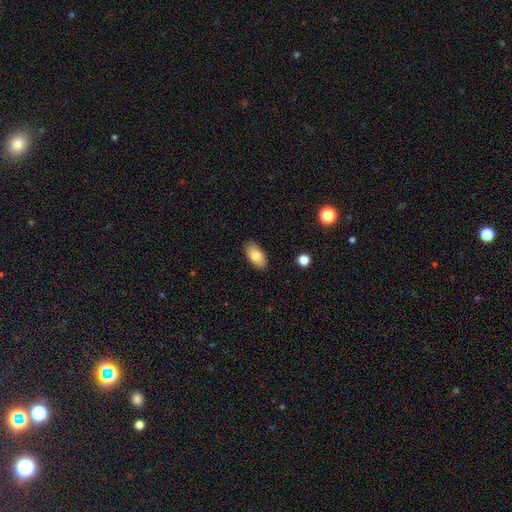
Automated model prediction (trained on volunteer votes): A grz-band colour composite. It shows a smooth galaxy with no disk features (82%) that is in between round and cigar-shaped (93%). Merging: none (86%).